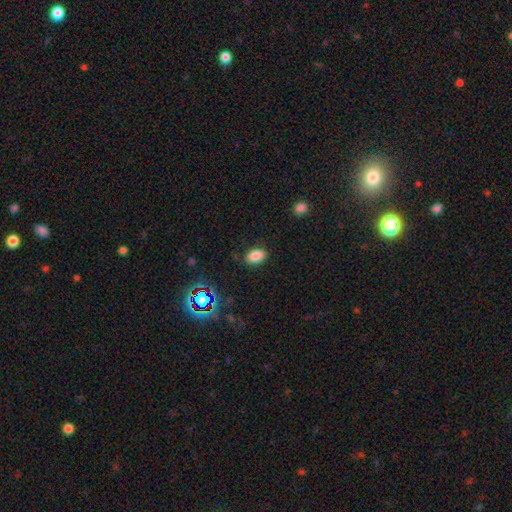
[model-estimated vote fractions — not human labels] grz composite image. It shows a smooth galaxy with no disk features (83%) that is in between round and cigar-shaped (87%). Merging: none (83%).